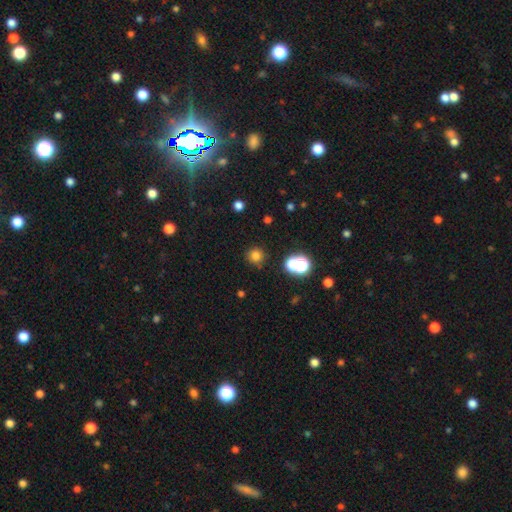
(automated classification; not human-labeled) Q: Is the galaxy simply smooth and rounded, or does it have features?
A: smooth — 75%.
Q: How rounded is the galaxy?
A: round — 92%.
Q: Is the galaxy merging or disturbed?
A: none — 84%.